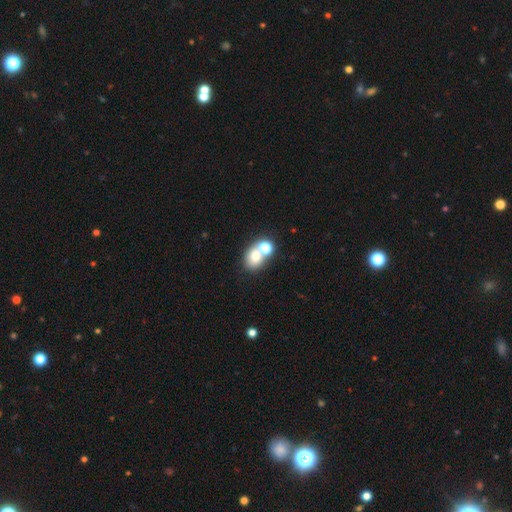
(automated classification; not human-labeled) Smooth or featured?
  - smooth: 70% *
  - featured or disk: 15%
  - star or artifact: 15%
How rounded?
  - in between: 53% *
  - round: 46%
  - cigar-shaped: 1%
Merging?
  - merger: 46% *
  - none: 40%
  - minor disturbance: 9%
  - major disturbance: 5%